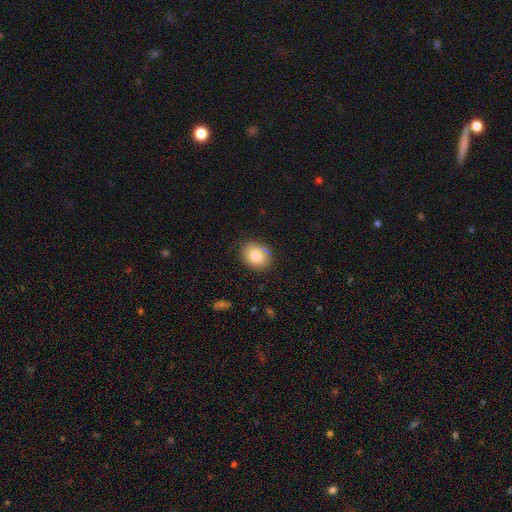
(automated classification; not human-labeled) This appears to be a smooth galaxy with no disk features (79%) that is round (52%). Merging: none (80%).